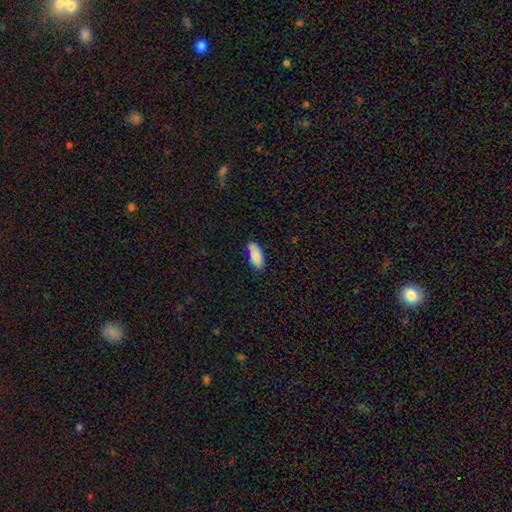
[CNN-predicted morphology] This appears to be a smooth galaxy with no disk features (87%) that is in between round and cigar-shaped (84%). Merging: none (70%).